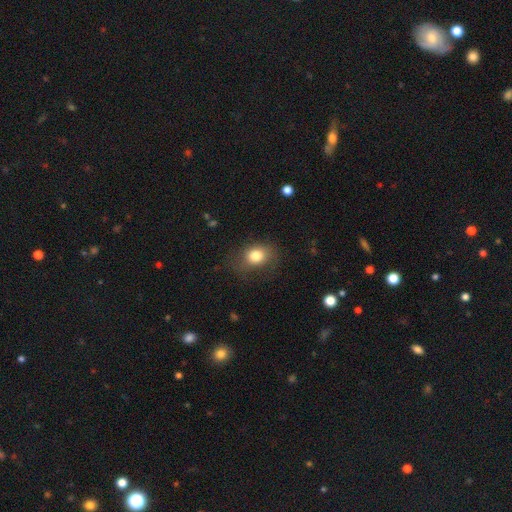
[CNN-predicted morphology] smooth 80%, star or artifact 10%, featured or disk 10%. Down the decision tree: how rounded — in between (54%); merging — none (67%).